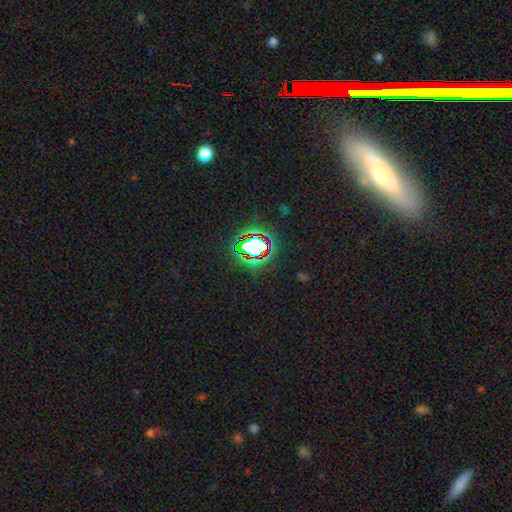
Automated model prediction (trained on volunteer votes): star or artifact 77%, smooth 14%, featured or disk 9%.